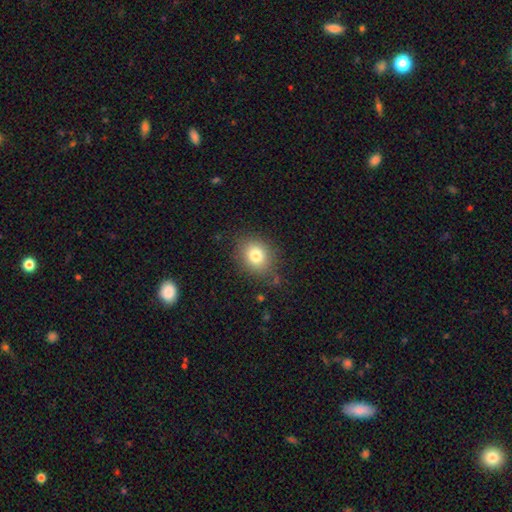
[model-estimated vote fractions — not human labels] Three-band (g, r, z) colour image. It shows a smooth galaxy with no disk features (79%) that is round (63%). Merging: none (80%).